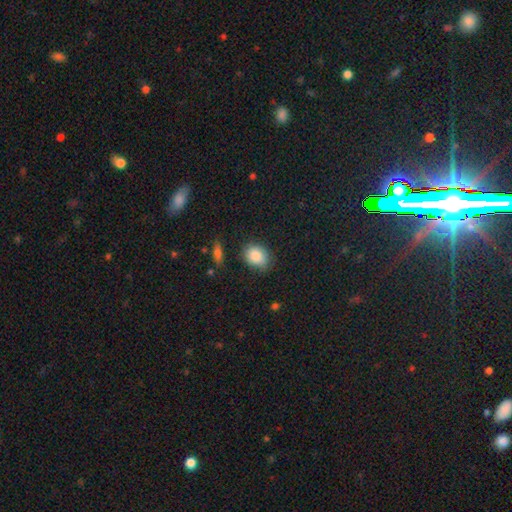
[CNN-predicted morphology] Smooth or featured?
  - smooth: 86% *
  - star or artifact: 8%
  - featured or disk: 7%
How rounded?
  - in between: 60% *
  - round: 39%
  - cigar-shaped: 1%
Merging?
  - none: 75% *
  - minor disturbance: 19%
  - major disturbance: 4%
  - merger: 2%